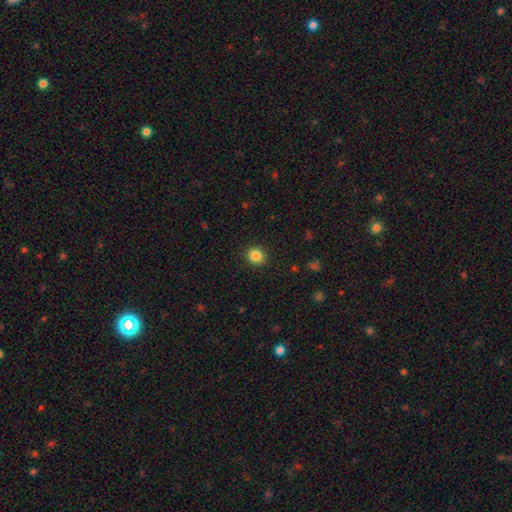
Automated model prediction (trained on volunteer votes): A smooth galaxy with no disk features (85%) that is round (88%).

Vote fractions:
- Smooth or featured? smooth: 85% / star or artifact: 10% / featured or disk: 4%
- How rounded? round: 88% / in between: 11% / cigar-shaped: 1%
- Merging? none: 92% / minor disturbance: 5% / major disturbance: 2% / merger: 1%